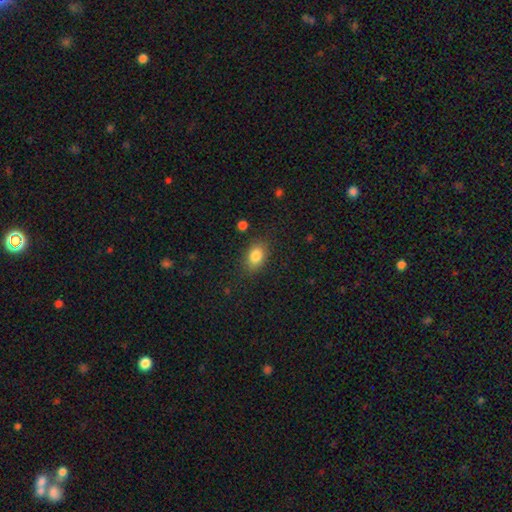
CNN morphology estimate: smooth_or_featured: smooth (p=0.83) [alt: star or artifact p=0.09]
how_rounded: in between (p=0.80) [alt: round p=0.19]
merging: none (p=0.83) [alt: minor disturbance p=0.12]